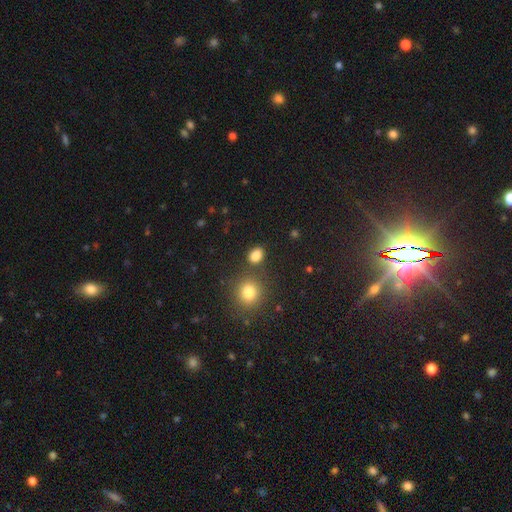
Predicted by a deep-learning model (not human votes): A smooth galaxy with no disk features (83%) that is in between round and cigar-shaped (69%).

Vote fractions:
- Smooth or featured? smooth: 83% / star or artifact: 13% / featured or disk: 4%
- How rounded? in between: 69% / round: 29% / cigar-shaped: 2%
- Merging? none: 76% / minor disturbance: 11% / merger: 8% / major disturbance: 4%